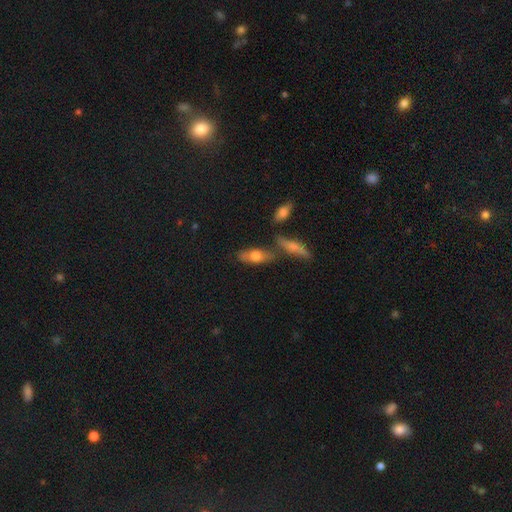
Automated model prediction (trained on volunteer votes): Smooth or featured? smooth (61%)
How rounded? in between (67%)
Merging? none (58%)